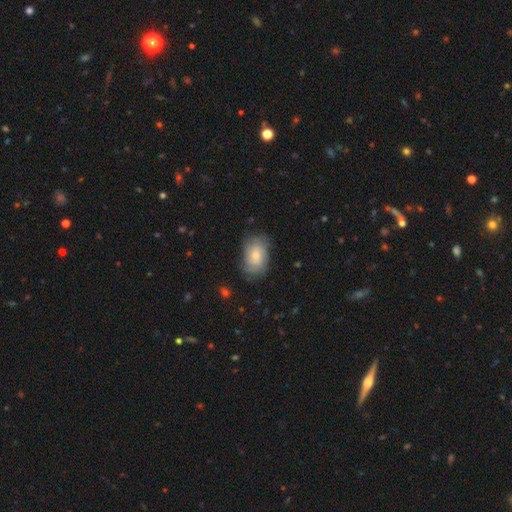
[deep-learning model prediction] Morphology: type=smooth (54%); roundness=in between (84%); merging=none (68%).